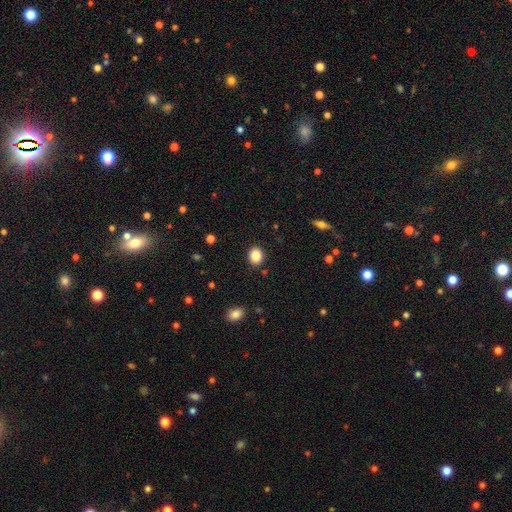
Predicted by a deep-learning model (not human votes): Smooth or featured? smooth (86%)
How rounded? round (59%)
Merging? none (90%)